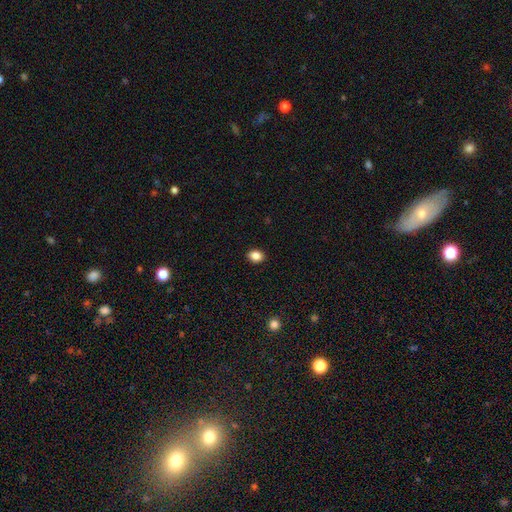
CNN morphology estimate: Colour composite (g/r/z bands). It shows a smooth galaxy with no disk features (87%) that is in between round and cigar-shaped (55%). Merging: none (91%).